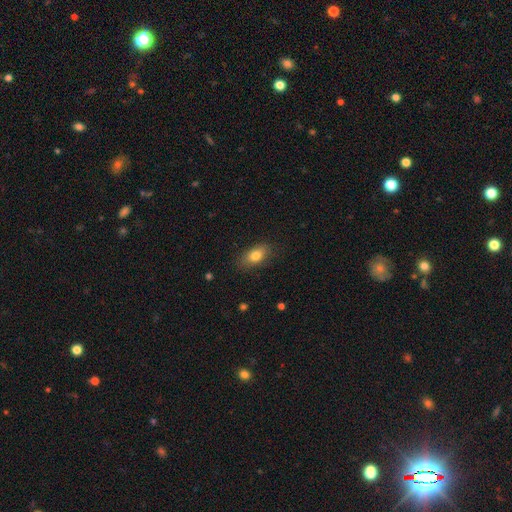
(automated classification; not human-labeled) Morphology: type=smooth (80%); roundness=in between (86%); merging=none (83%).